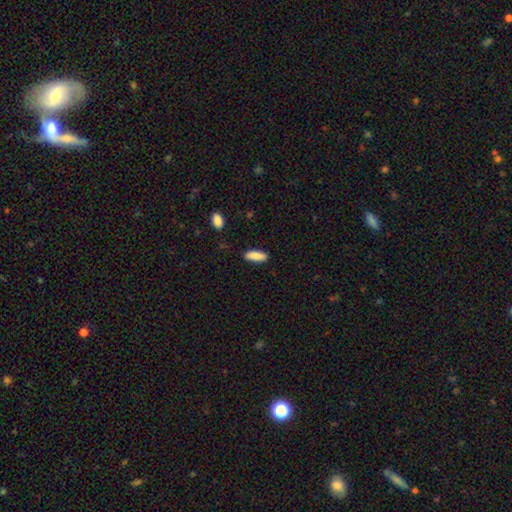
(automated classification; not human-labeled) Smooth or featured? smooth (88%)
How rounded? in between (65%)
Merging? none (87%)